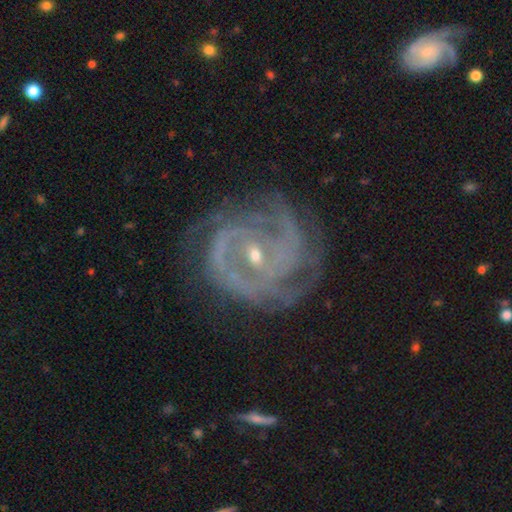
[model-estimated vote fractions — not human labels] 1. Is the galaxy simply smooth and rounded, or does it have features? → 88% featured or disk, 6% star or artifact, 6% smooth.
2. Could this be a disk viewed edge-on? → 98% no, 2% yes.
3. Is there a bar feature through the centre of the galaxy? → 46% no, 39% weak, 15% strong.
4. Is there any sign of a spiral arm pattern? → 95% yes, 5% no.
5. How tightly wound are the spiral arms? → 65% tight, 29% medium, 6% loose.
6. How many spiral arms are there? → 26% 2, 25% 3, 25% can't tell, 12% 4, 7% more than 4, 6% 1.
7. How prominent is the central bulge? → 70% small, 27% moderate, 2% none, 1% large, 1% dominant.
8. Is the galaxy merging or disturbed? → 66% none, 20% minor disturbance, 12% major disturbance, 2% merger.